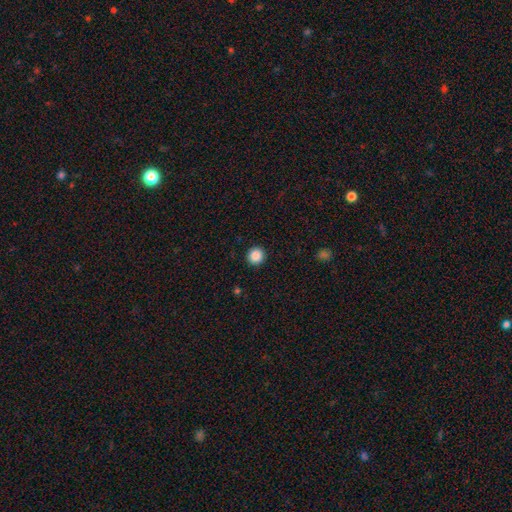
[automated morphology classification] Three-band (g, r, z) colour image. It shows a smooth galaxy with no disk features (87%) that is round (94%). Merging: none (93%).